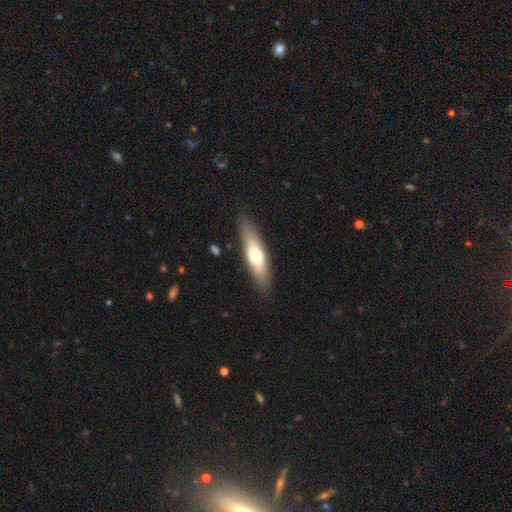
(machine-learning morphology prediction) A smooth galaxy with no disk features (62%) that is cigar-shaped (63%). Merging: none (86%).